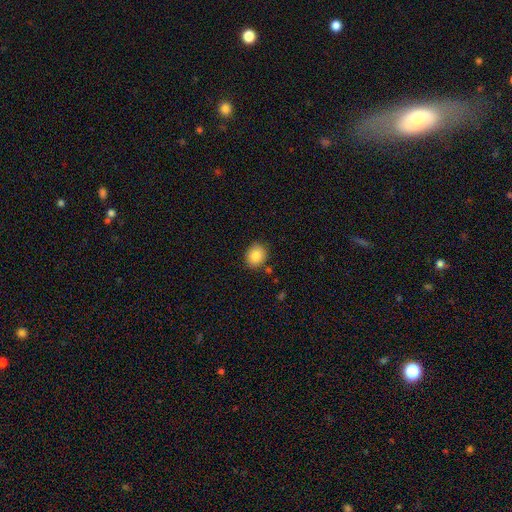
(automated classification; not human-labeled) Smooth or featured: smooth — 85% (star or artifact — 9%)
How rounded: round — 65% (in between — 34%)
Merging: none — 84% (minor disturbance — 11%)